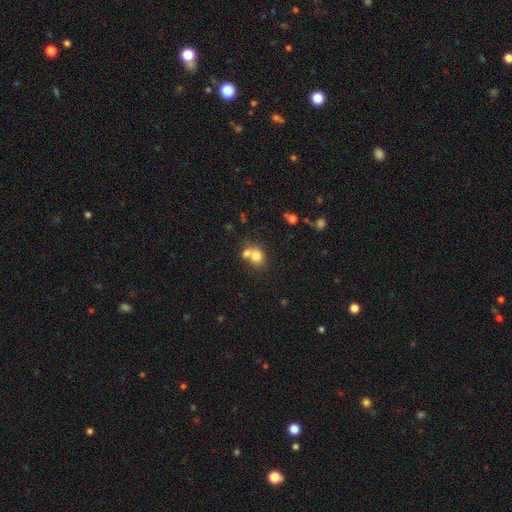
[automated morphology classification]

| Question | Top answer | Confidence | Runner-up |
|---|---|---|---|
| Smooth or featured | smooth | 76% | featured or disk (13%) |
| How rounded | round | 64% | in between (35%) |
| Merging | merger | 50% | none (38%) |